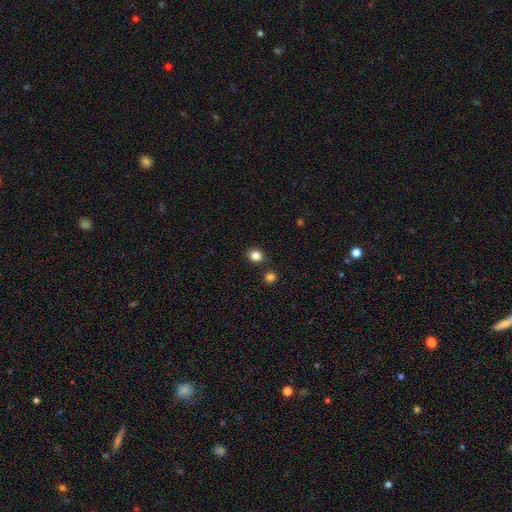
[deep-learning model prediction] Smooth or featured?
  - smooth: 84% *
  - star or artifact: 12%
  - featured or disk: 4%
How rounded?
  - round: 76% *
  - in between: 23%
  - cigar-shaped: 1%
Merging?
  - none: 84% *
  - minor disturbance: 8%
  - merger: 6%
  - major disturbance: 2%